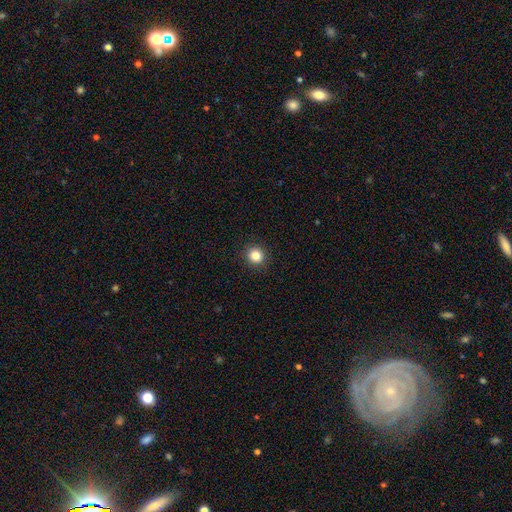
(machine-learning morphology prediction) This appears to be a smooth galaxy with no disk features (84%) that is round (91%). Merging: none (92%).